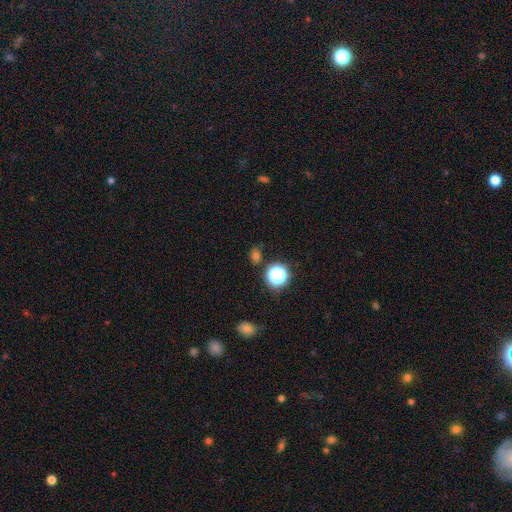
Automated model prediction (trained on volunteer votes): A smooth galaxy with no disk features (58%) that is round (68%).

Vote fractions:
- Smooth or featured? smooth: 58% / star or artifact: 36% / featured or disk: 6%
- How rounded? round: 68% / in between: 30% / cigar-shaped: 2%
- Merging? none: 78% / minor disturbance: 12% / merger: 5% / major disturbance: 5%